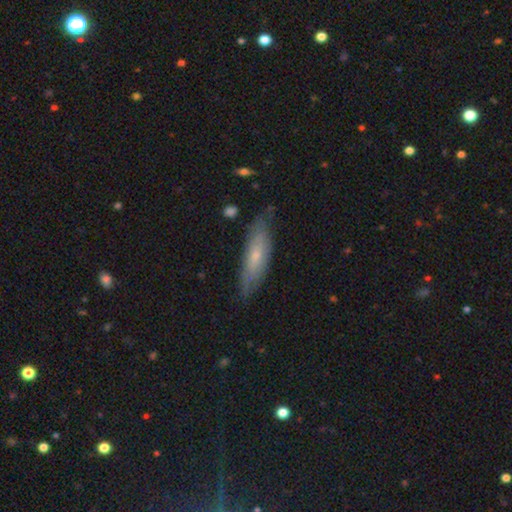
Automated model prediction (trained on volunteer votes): smooth_or_featured: smooth (p=0.54) [alt: featured or disk p=0.41]
how_rounded: cigar-shaped (p=0.59) [alt: in between p=0.39]
merging: none (p=0.74) [alt: minor disturbance p=0.20]